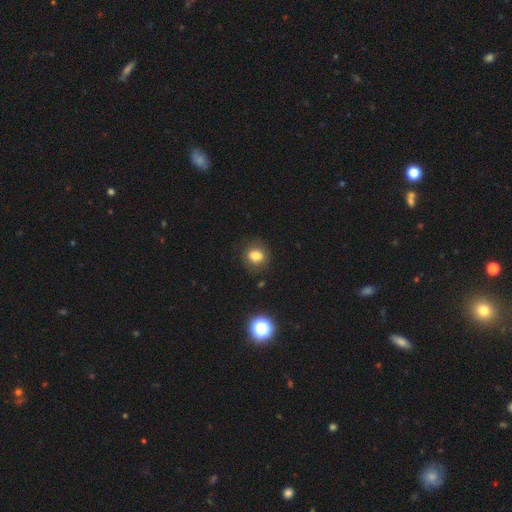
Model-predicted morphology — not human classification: Smooth or featured?
  - smooth: 79% *
  - star or artifact: 13%
  - featured or disk: 8%
How rounded?
  - round: 65% *
  - in between: 34%
  - cigar-shaped: 1%
Merging?
  - none: 83% *
  - minor disturbance: 11%
  - major disturbance: 4%
  - merger: 2%